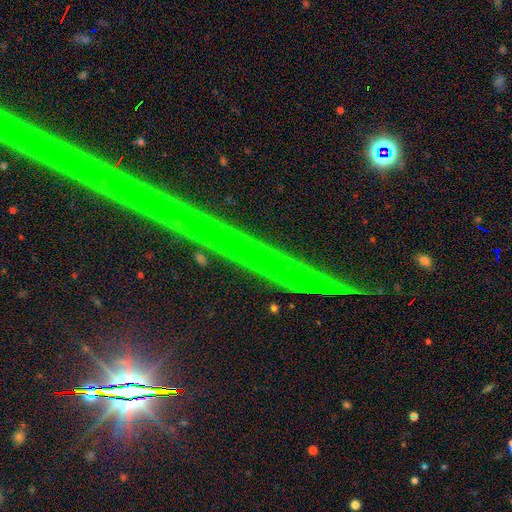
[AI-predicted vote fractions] A star or artifact, not a galaxy (80%).